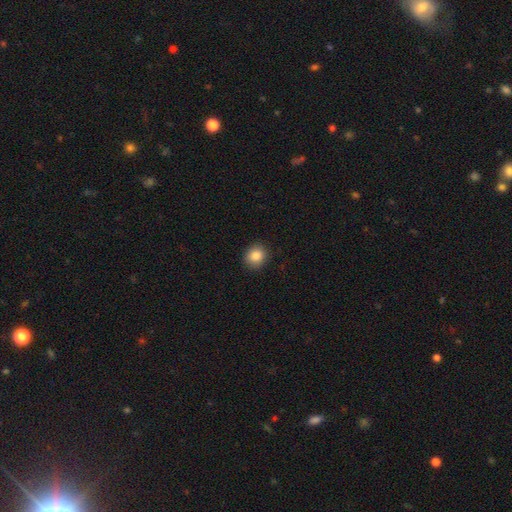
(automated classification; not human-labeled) smooth-or-featured: smooth: 86% | star or artifact: 9% | featured or disk: 4%
  how-rounded: round: 80% | in between: 19% | cigar-shaped: 1%
  merging: none: 90% | minor disturbance: 7% | major disturbance: 2% | merger: 1%